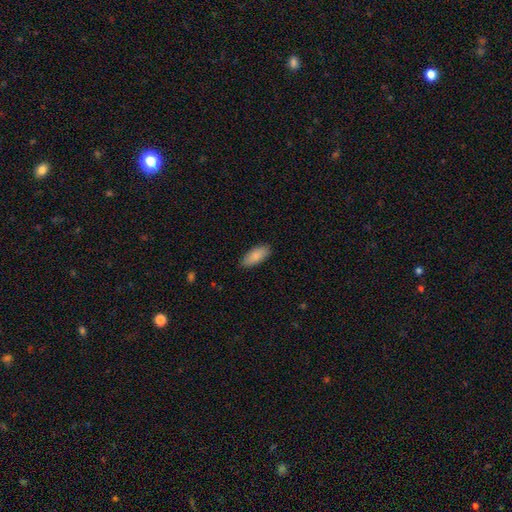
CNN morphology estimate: smooth_or_featured: smooth (p=0.86) [alt: featured or disk p=0.08]
how_rounded: in between (p=0.86) [alt: cigar-shaped p=0.12]
merging: none (p=0.85) [alt: minor disturbance p=0.12]